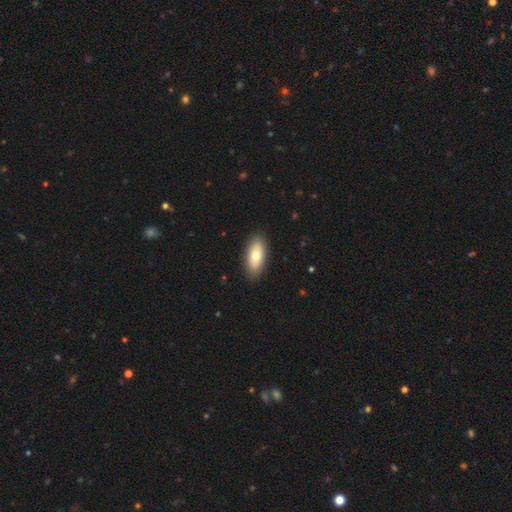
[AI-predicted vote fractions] Smooth or featured? Predicted: smooth (p=0.72). How rounded? Predicted: in between (p=0.88). Merging? Predicted: none (p=0.88).